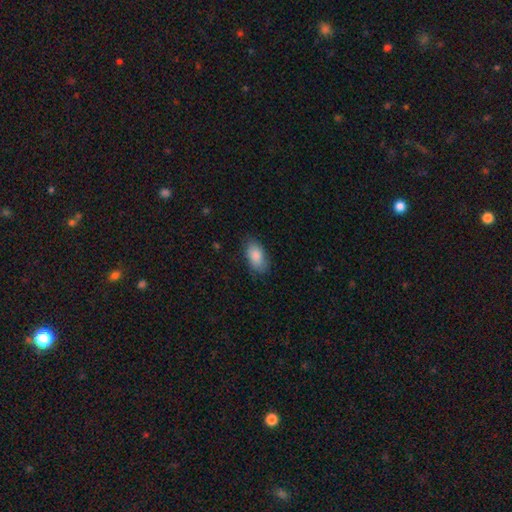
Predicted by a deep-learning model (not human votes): Morphology: type=smooth (87%); roundness=in between (93%); merging=none (79%).